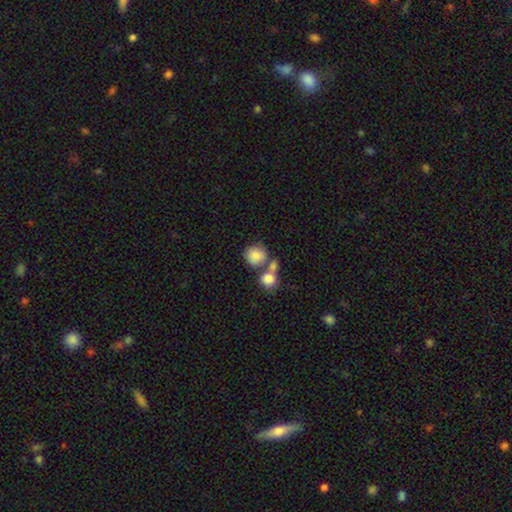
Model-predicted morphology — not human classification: A smooth galaxy with no disk features (84%) that is round (81%). Merging: none (44%).